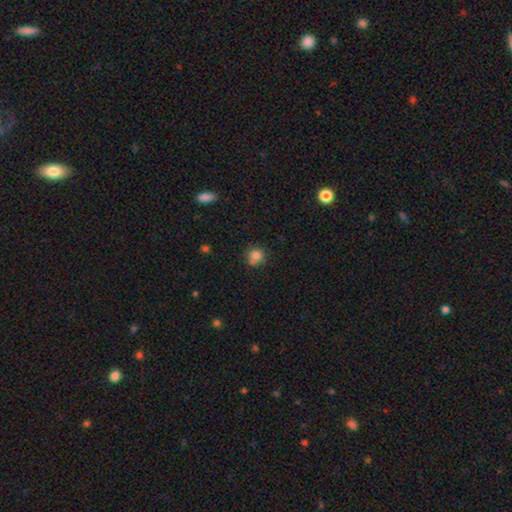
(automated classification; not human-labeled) Smooth or featured?
  - smooth: 80% *
  - star or artifact: 12%
  - featured or disk: 9%
How rounded?
  - round: 88% *
  - in between: 11%
  - cigar-shaped: 1%
Merging?
  - none: 65% *
  - merger: 16%
  - minor disturbance: 15%
  - major disturbance: 4%